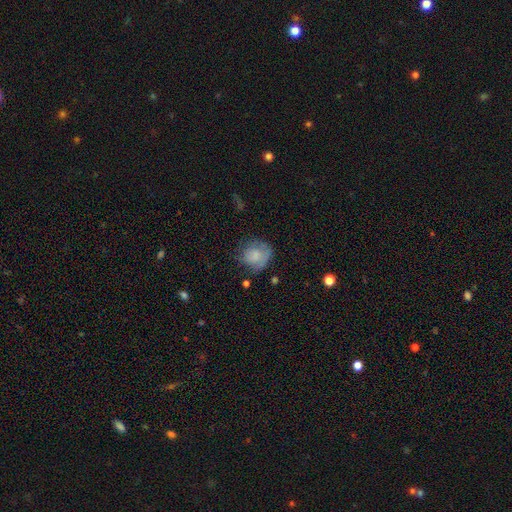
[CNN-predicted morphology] smooth 68%, featured or disk 22%, star or artifact 9%. Down the decision tree: how rounded — round (75%); merging — none (53%).